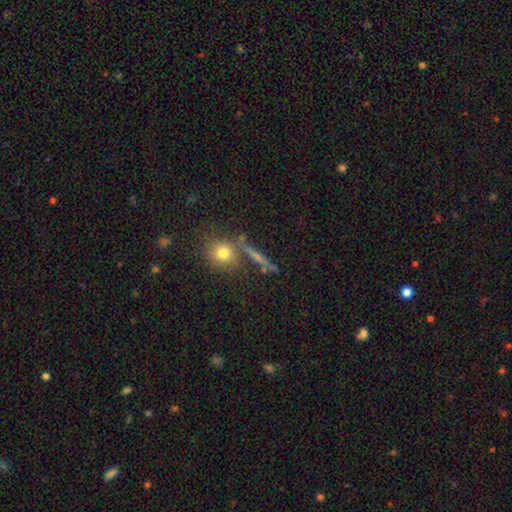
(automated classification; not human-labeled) Smooth or featured: smooth — 44% (featured or disk — 39%)
Merging: none — 76% (minor disturbance — 10%)